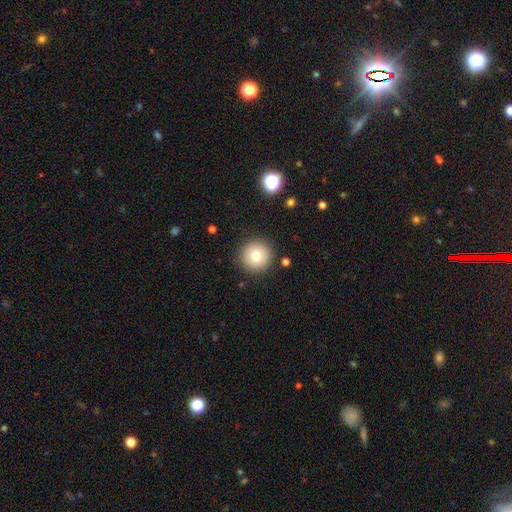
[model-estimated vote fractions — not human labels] Smooth or featured? Predicted: smooth (p=0.75). How rounded? Predicted: round (p=0.96). Merging? Predicted: none (p=0.90).